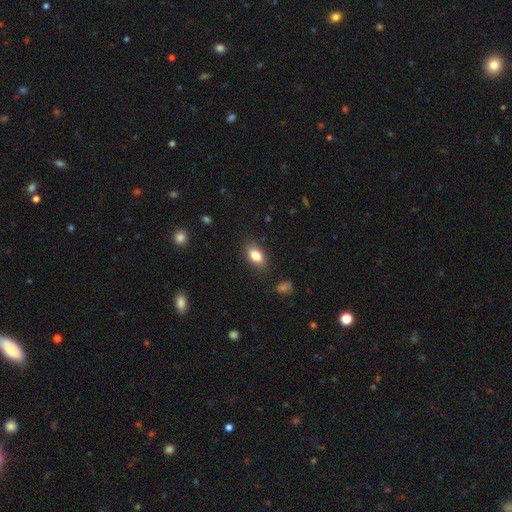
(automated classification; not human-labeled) This appears to be a smooth galaxy with no disk features (82%) that is in between round and cigar-shaped (87%). Merging: none (84%).